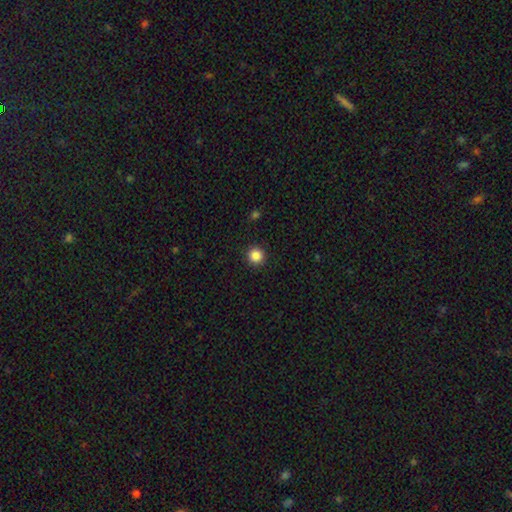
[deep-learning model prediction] The model was most divided on "smooth or featured": smooth: 86%, star or artifact: 11%, featured or disk: 3%. More confident: how rounded — round (96%); merging — none (92%).